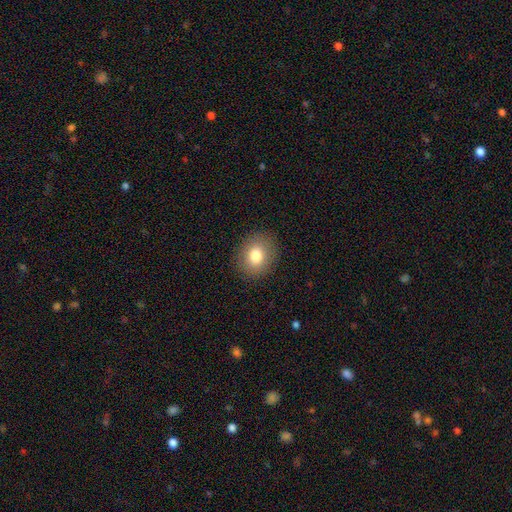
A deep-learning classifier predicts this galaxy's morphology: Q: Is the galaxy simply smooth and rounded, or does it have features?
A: smooth — 79%.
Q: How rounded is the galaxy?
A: round — 59%.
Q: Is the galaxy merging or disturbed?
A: none — 89%.